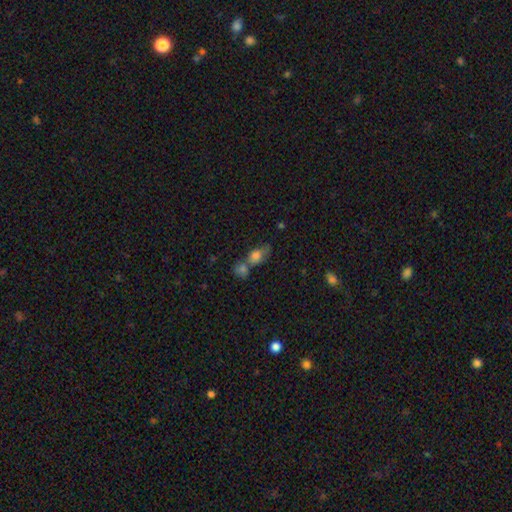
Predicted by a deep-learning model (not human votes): A smooth galaxy with no disk features (76%) that is in between round and cigar-shaped (68%). Merging: merger (51%).